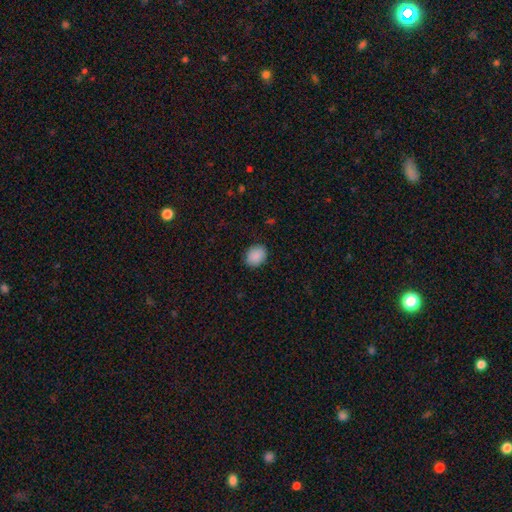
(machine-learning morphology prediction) Overall: smooth (89%). How rounded: in between (57%; round 42%). Merging: none (88%).